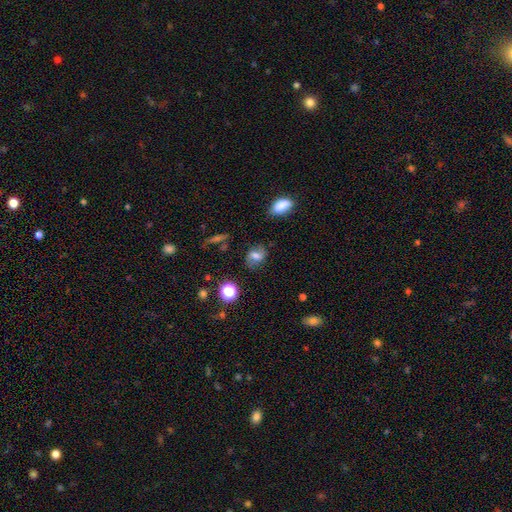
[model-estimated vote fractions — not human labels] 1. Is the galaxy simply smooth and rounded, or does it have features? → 49% smooth, 36% featured or disk, 15% star or artifact.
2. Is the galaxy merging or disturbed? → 75% none, 17% minor disturbance, 6% major disturbance, 3% merger.